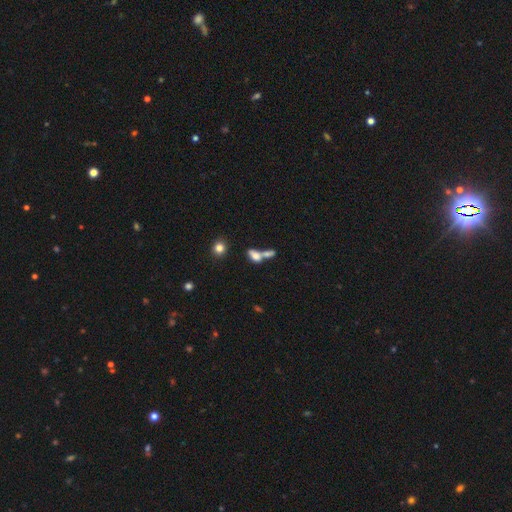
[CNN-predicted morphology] Smooth or featured: smooth — 67% (featured or disk — 21%)
How rounded: in between — 73% (cigar-shaped — 14%)
Merging: merger — 60% (none — 24%)